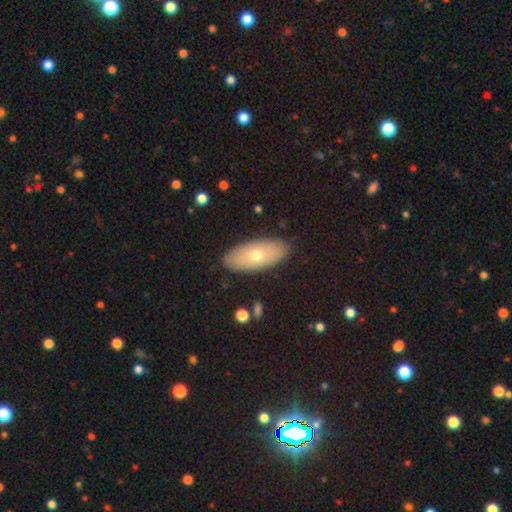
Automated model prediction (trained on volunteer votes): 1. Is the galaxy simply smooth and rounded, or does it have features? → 57% smooth, 27% featured or disk, 16% star or artifact.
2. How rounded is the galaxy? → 84% in between, 11% cigar-shaped, 4% round.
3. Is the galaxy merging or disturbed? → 88% none, 8% minor disturbance, 2% major disturbance, 1% merger.